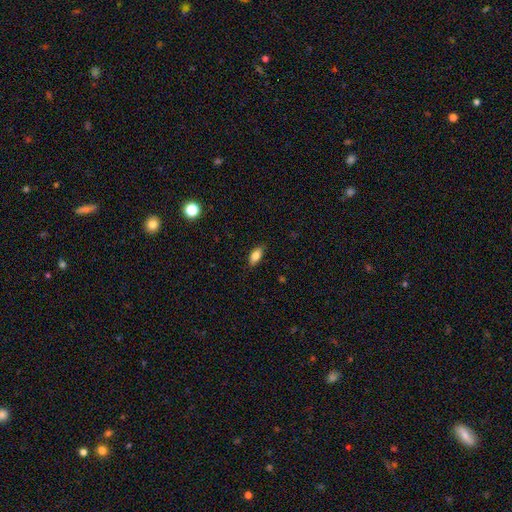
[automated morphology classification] Smooth or featured?
  - smooth: 81% *
  - featured or disk: 11%
  - star or artifact: 8%
How rounded?
  - in between: 86% *
  - cigar-shaped: 9%
  - round: 4%
Merging?
  - none: 83% *
  - minor disturbance: 13%
  - major disturbance: 3%
  - merger: 1%